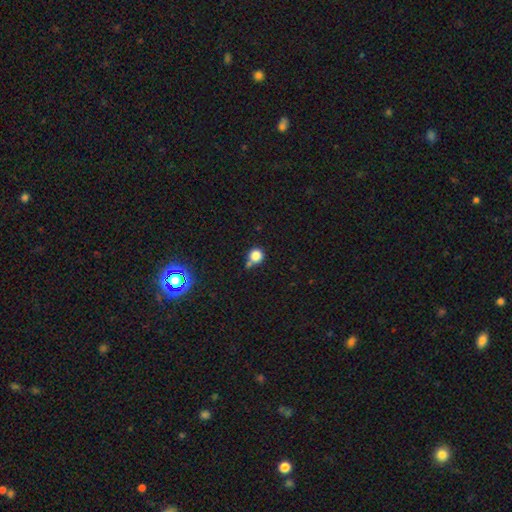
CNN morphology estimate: smooth-or-featured: smooth: 82% | star or artifact: 13% | featured or disk: 5%
  how-rounded: round: 92% | in between: 7% | cigar-shaped: 1%
  merging: none: 61% | merger: 21% | minor disturbance: 13% | major disturbance: 5%